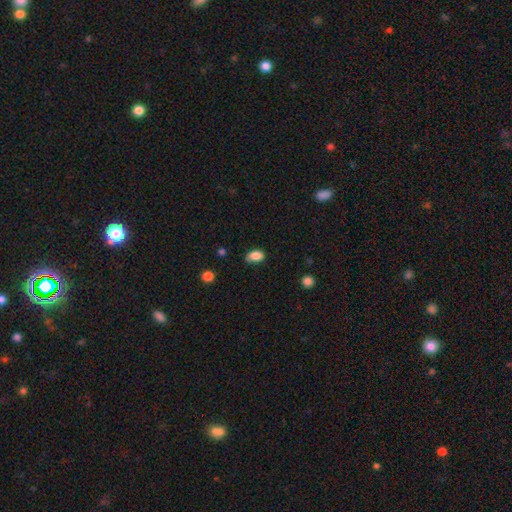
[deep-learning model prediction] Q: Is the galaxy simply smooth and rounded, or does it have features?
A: smooth — 86%.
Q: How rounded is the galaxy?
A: in between — 84%.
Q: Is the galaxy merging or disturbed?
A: none — 59%.